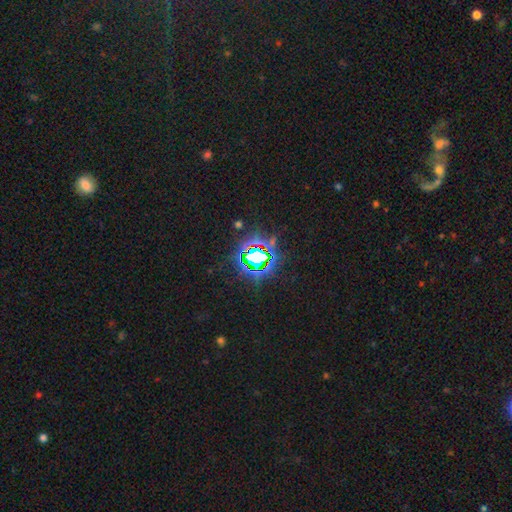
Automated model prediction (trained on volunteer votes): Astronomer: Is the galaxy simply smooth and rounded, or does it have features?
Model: star or artifact — 77%.